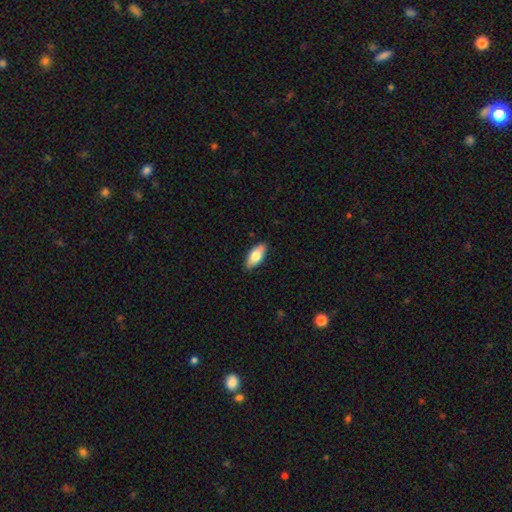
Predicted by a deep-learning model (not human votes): Overall: smooth (75%). How rounded: in between (86%). Merging: none (88%).